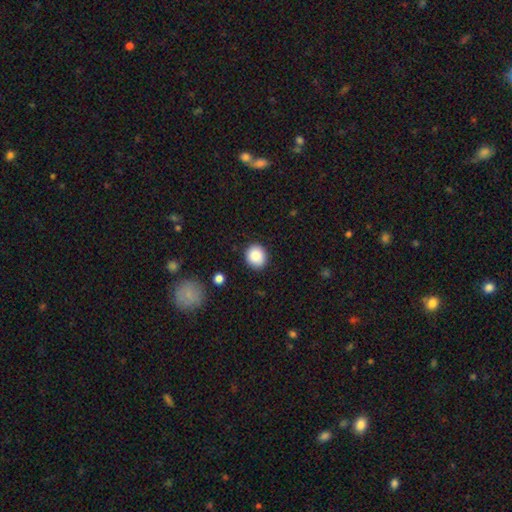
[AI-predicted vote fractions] A smooth galaxy with no disk features (88%) that is round (75%). Merging: none (88%).